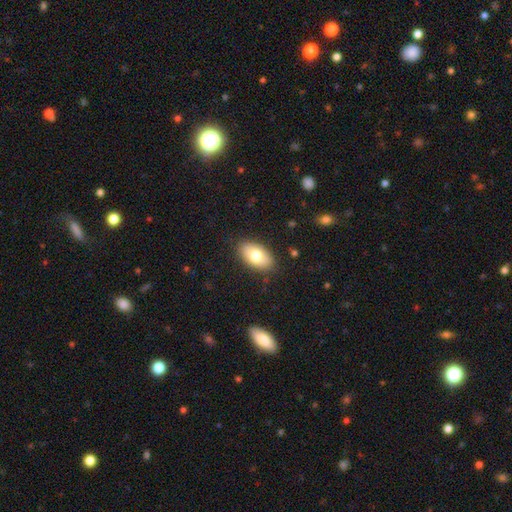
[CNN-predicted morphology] Smooth or featured? smooth (76%)
How rounded? in between (93%)
Merging? none (85%)